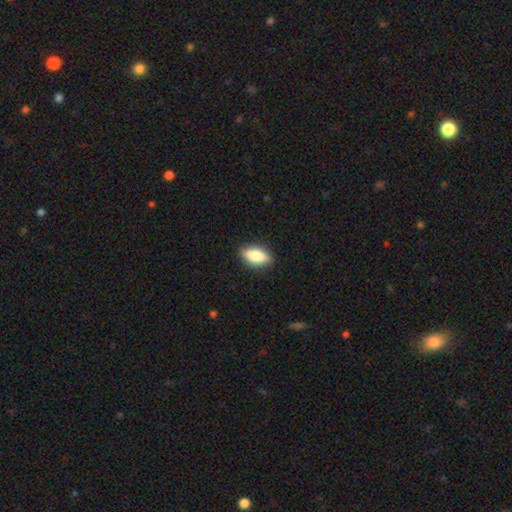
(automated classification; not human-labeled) Smooth or featured? Predicted: smooth (p=0.82). How rounded? Predicted: in between (p=0.83). Merging? Predicted: none (p=0.88).